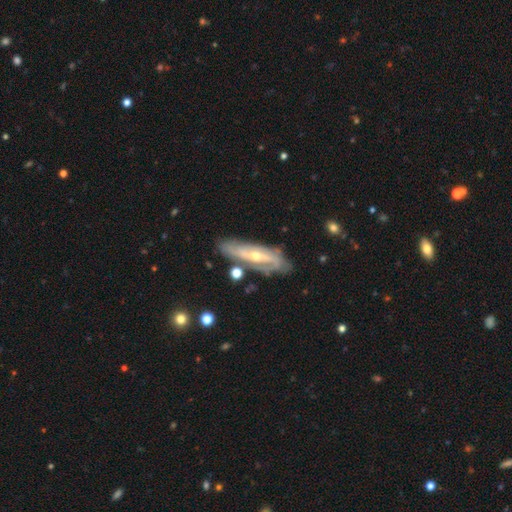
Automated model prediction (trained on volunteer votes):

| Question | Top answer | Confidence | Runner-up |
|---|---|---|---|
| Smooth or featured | featured or disk | 78% | smooth (16%) |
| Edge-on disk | no | 72% | yes (28%) |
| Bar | no | 44% | weak (31%) |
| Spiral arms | yes | 83% | no (17%) |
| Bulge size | small | 51% | moderate (45%) |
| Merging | none | 70% | minor disturbance (19%) |